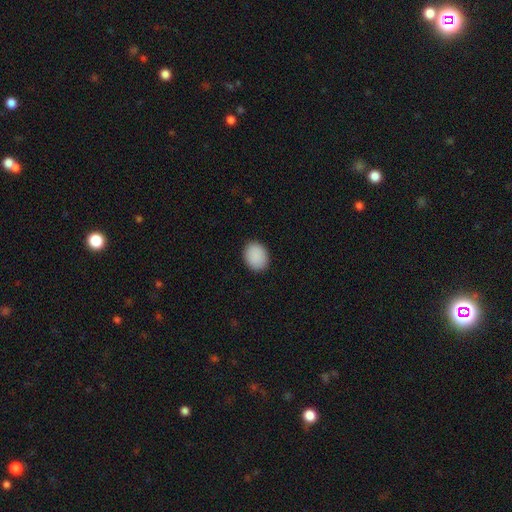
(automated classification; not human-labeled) Smooth or featured: smooth — 90% (star or artifact — 7%)
How rounded: in between — 54% (round — 45%)
Merging: none — 89% (minor disturbance — 8%)